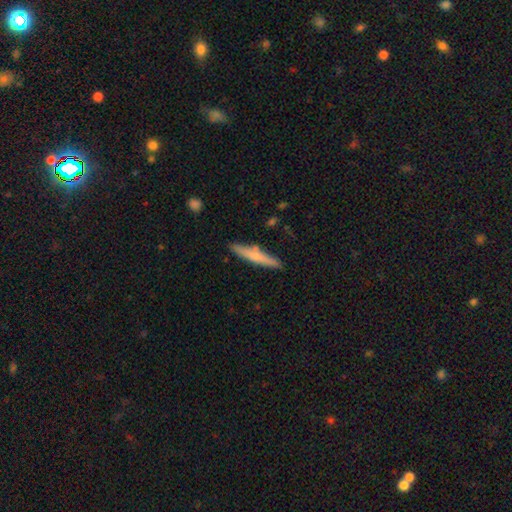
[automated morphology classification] Q: Smooth or featured?
A: smooth (61%); runner-up: featured or disk (34%)
Q: How rounded?
A: cigar-shaped (92%); runner-up: in between (7%)
Q: Merging?
A: none (85%); runner-up: minor disturbance (10%)